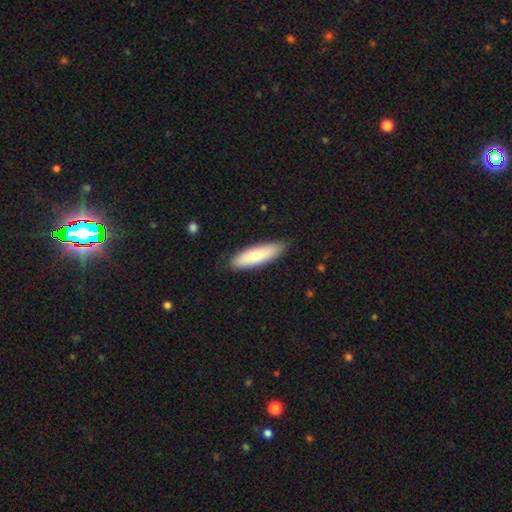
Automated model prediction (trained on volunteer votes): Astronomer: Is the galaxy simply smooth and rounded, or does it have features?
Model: smooth — 81%.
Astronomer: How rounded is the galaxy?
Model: cigar-shaped — 54% (runner-up: in between, 45%).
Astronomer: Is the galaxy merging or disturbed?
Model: none — 87%.